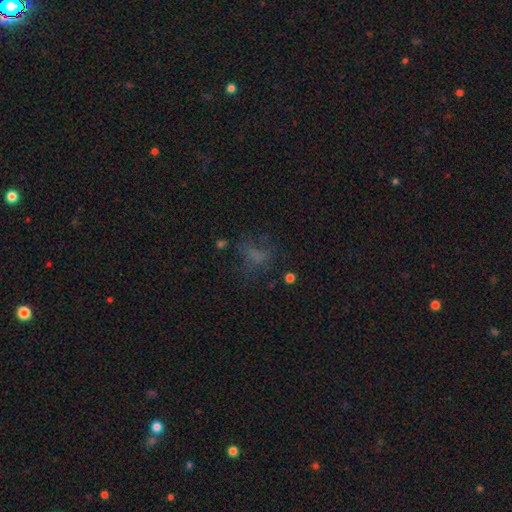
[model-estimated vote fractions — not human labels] This appears to be a smooth galaxy with no disk features (52%) that is in between round and cigar-shaped (61%). Merging: none (50%).